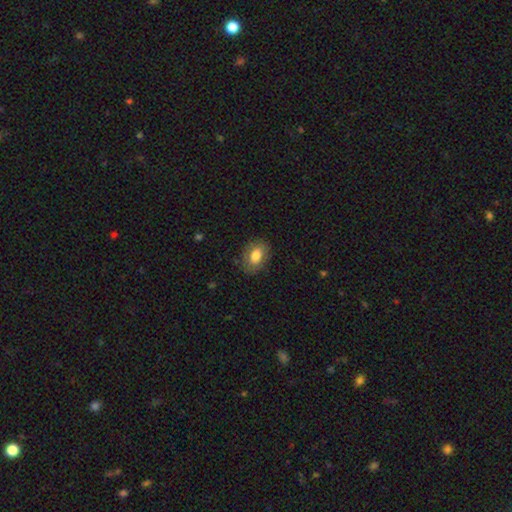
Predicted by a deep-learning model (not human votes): A smooth galaxy with no disk features (74%) that is in between round and cigar-shaped (83%).

Vote fractions:
- Smooth or featured? smooth: 74% / featured or disk: 18% / star or artifact: 7%
- How rounded? in between: 83% / round: 16% / cigar-shaped: 1%
- Merging? none: 82% / minor disturbance: 13% / major disturbance: 4% / merger: 1%